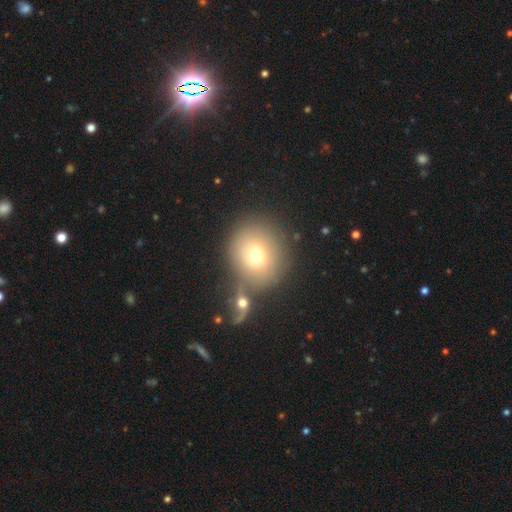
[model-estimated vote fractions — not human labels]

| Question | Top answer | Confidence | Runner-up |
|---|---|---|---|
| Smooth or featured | smooth | 69% | featured or disk (19%) |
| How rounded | round | 80% | in between (19%) |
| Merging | none | 58% | merger (26%) |